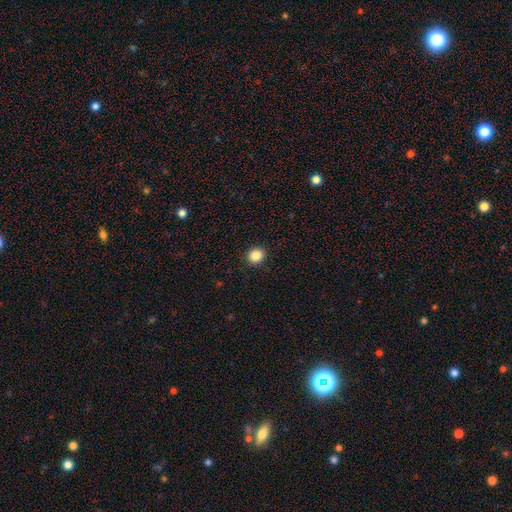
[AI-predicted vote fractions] Morphology: type=smooth (87%); roundness=round (80%); merging=none (91%).